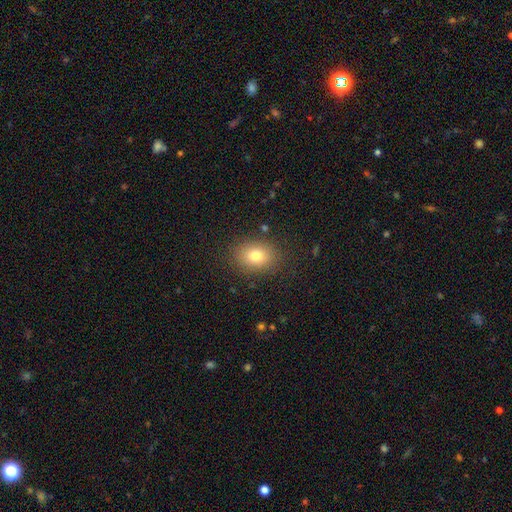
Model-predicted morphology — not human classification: This appears to be a smooth galaxy with no disk features (78%) that is in between round and cigar-shaped (61%). Merging: none (86%).